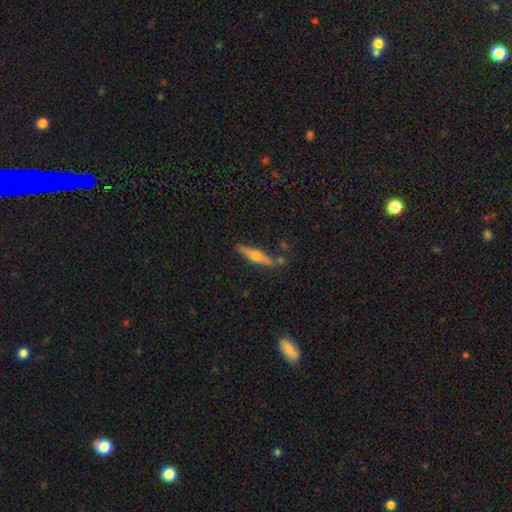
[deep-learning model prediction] A featured or disk galaxy (65%) viewed edge-on (97%) with a rounded central bulge (90%).

Vote fractions:
- Smooth or featured? featured or disk: 65% / smooth: 28% / star or artifact: 7%
- Edge-on disk? yes: 97% / no: 3%
- Edge-on bulge? rounded: 90% / boxy: 6% / none: 4%
- Merging? none: 83% / minor disturbance: 11% / merger: 4% / major disturbance: 2%